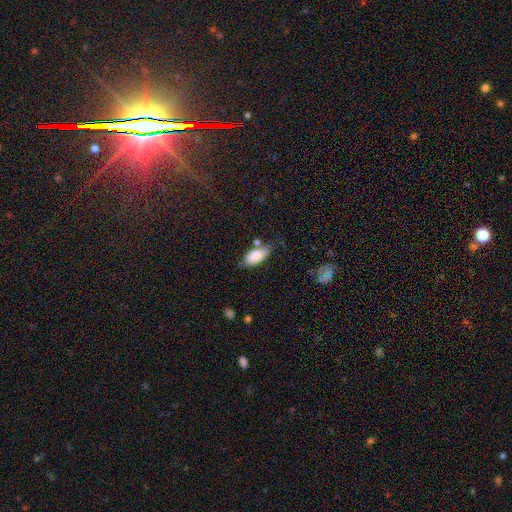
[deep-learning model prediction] This is clearly a smooth galaxy (83%). How rounded: clearly in between (91%). Merging: possibly none (60%).